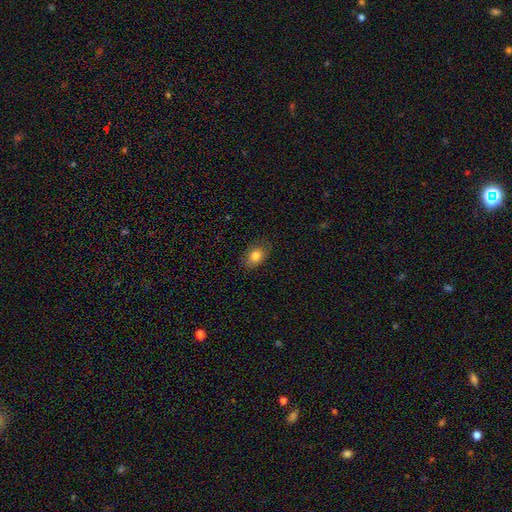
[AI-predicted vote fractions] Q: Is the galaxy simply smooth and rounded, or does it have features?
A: smooth — 80%.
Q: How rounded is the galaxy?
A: in between — 75%.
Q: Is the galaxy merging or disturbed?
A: none — 80%.